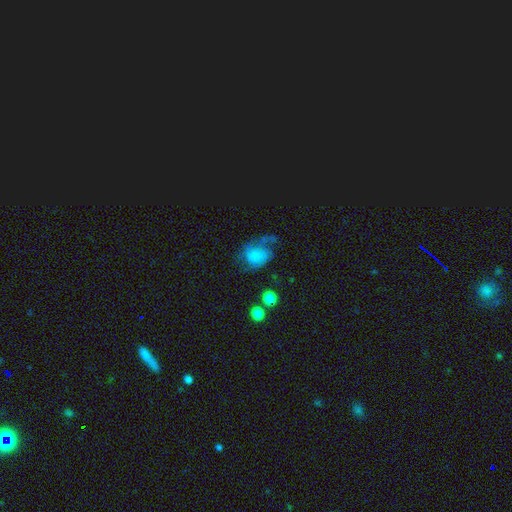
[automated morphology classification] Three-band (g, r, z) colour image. It shows a featured or disk galaxy (50%). Merging: major disturbance (36%, tied with none).